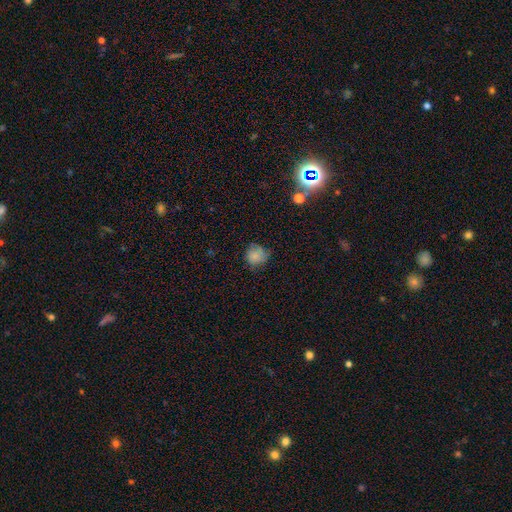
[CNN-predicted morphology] smooth_or_featured: smooth (p=0.74) [alt: featured or disk p=0.14]
how_rounded: round (p=0.80) [alt: in between p=0.19]
merging: none (p=0.62) [alt: minor disturbance p=0.27]